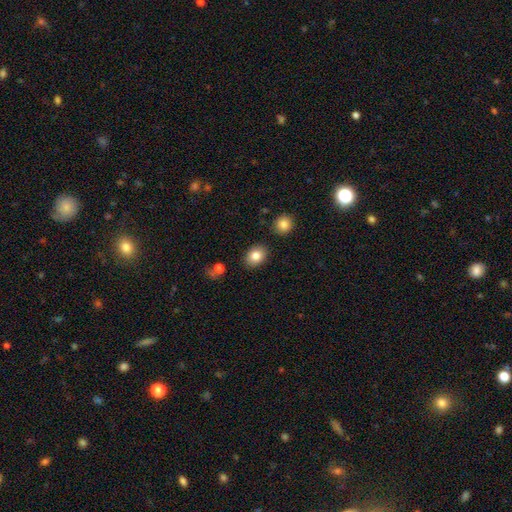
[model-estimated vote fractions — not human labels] smooth 84%, star or artifact 9%, featured or disk 8%. Down the decision tree: how rounded — in between (58%); merging — none (87%).